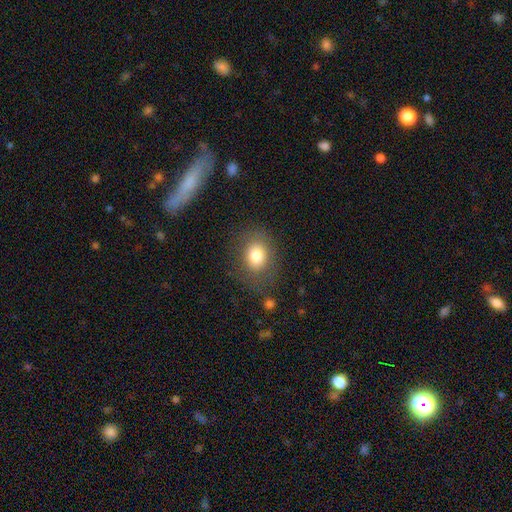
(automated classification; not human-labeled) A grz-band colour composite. It shows a smooth galaxy with no disk features (79%) that is in between round and cigar-shaped (51%). Merging: none (76%).